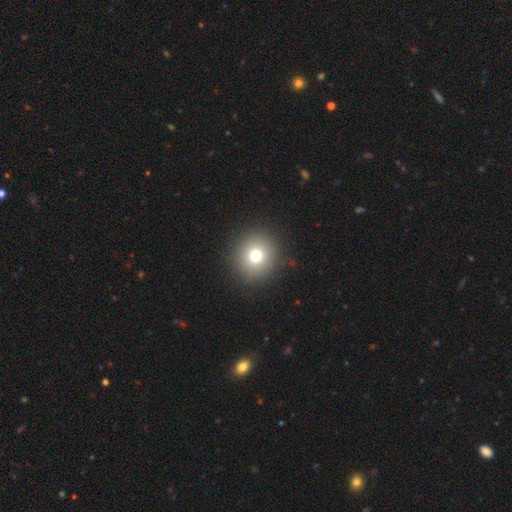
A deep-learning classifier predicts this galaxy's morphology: The model was most divided on "smooth or featured": smooth: 74%, star or artifact: 14%, featured or disk: 12%. More confident: how rounded — round (91%); merging — none (91%).